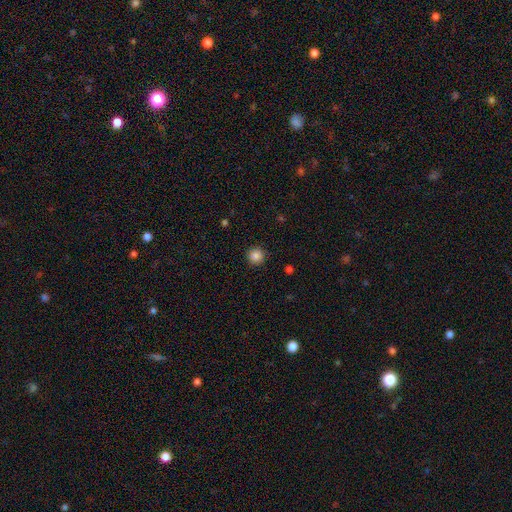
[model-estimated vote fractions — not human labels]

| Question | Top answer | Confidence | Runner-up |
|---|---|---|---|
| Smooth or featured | smooth | 86% | star or artifact (11%) |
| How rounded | round | 95% | in between (4%) |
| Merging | none | 91% | minor disturbance (6%) |